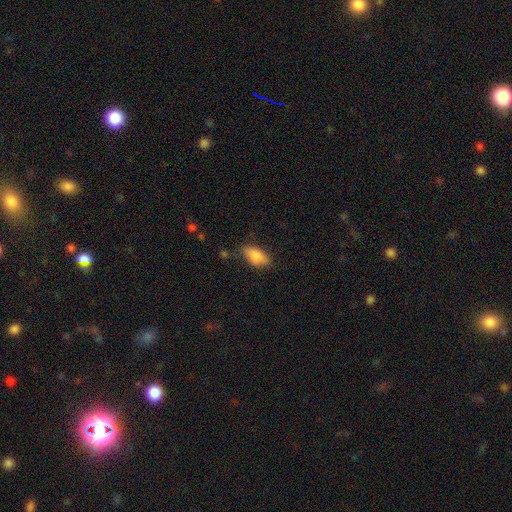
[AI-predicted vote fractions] The model was most divided on "merging": none: 68%, minor disturbance: 23%, major disturbance: 6%, merger: 3%. More confident: how rounded — in between (89%); smooth or featured — smooth (83%).